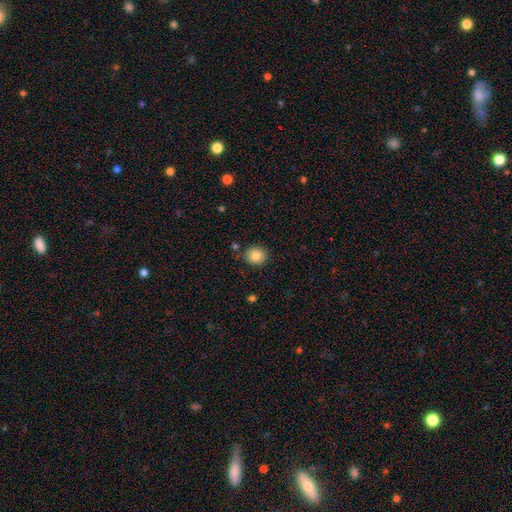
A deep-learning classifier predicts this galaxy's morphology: This appears to be a smooth galaxy with no disk features (84%) that is round (80%). Merging: none (87%).